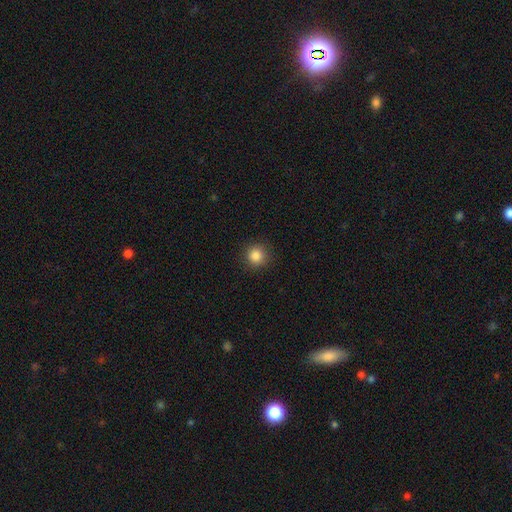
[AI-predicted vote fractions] Smooth or featured? Predicted: smooth (p=0.86). How rounded? Predicted: round (p=0.94). Merging? Predicted: none (p=0.91).